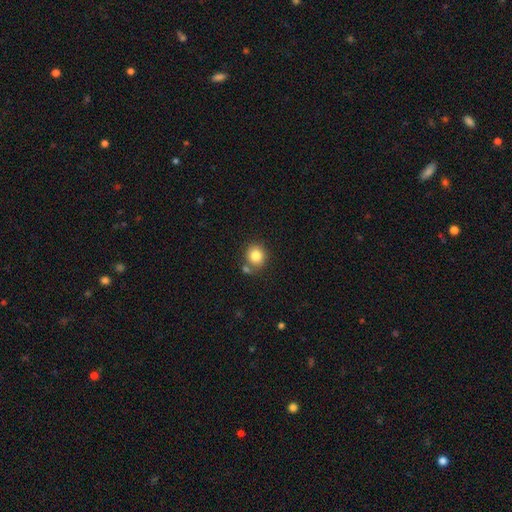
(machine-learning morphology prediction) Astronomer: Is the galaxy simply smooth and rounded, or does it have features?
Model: smooth — 82%.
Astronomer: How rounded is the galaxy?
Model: round — 87%.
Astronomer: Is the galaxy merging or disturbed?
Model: none — 73%.